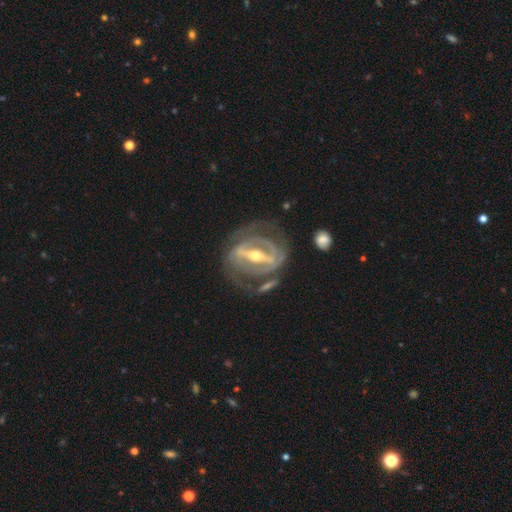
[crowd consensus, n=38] smooth-or-featured: featured or disk: 95% | star or artifact: 5% | smooth: 0%
  disk-edge-on: no: 97% | yes: 3%
    bar: strong: 94% | weak: 3% | no: 3%
    has-spiral-arms: yes: 97% | no: 3%
      spiral-winding: tight: 56% | medium: 38% | loose: 6%
      spiral-arm-count: 2: 88% | 3: 6% | more than 4: 3% | can't tell: 3% | 1: 0% | 4: 0%
    bulge-size: moderate: 71% | small: 20% | large: 6% | dominant: 3% | none: 0%
  merging: none: 69% | minor disturbance: 14% | merger: 11% | major disturbance: 6%